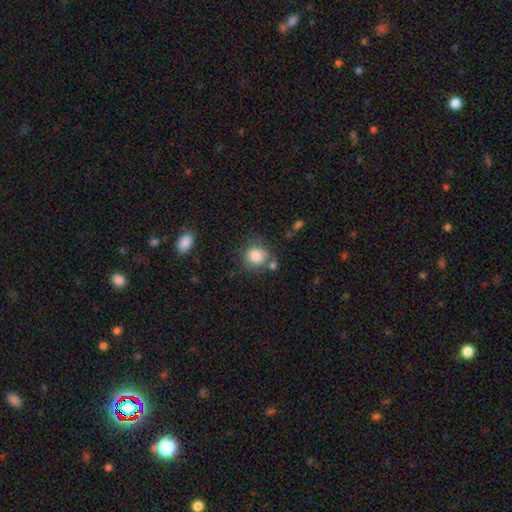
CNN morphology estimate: This appears to be a smooth galaxy with no disk features (82%) that is round (82%). Merging: none (60%).